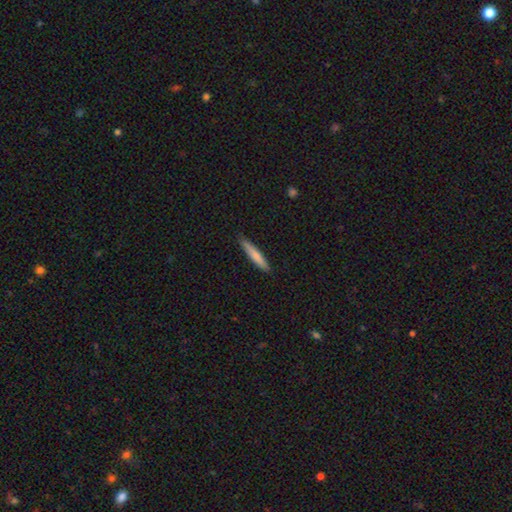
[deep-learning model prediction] Morphology: type=smooth (75%); roundness=cigar-shaped (92%); merging=none (89%).